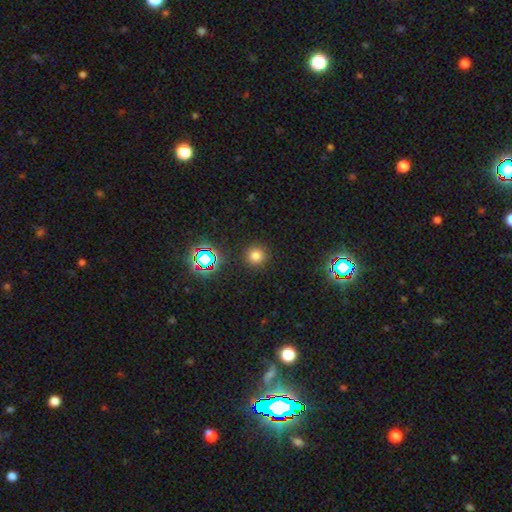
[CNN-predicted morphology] This appears to be a smooth galaxy with no disk features (73%) that is round (94%). Merging: none (90%).